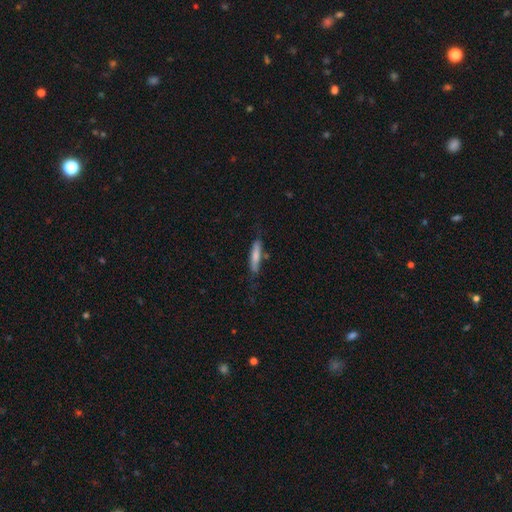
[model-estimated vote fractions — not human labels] smooth_or_featured: smooth (p=0.72) [alt: featured or disk p=0.22]
how_rounded: cigar-shaped (p=0.82) [alt: in between p=0.16]
merging: none (p=0.69) [alt: minor disturbance p=0.20]